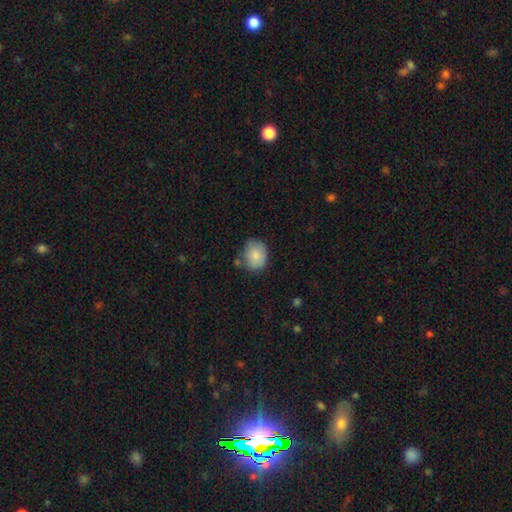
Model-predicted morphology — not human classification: A smooth galaxy with no disk features (84%) that is round (60%). Merging: none (66%).